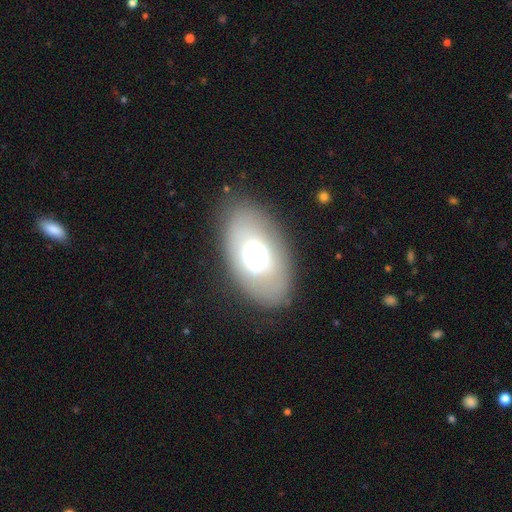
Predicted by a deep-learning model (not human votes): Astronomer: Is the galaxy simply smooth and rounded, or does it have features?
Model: smooth — 59%.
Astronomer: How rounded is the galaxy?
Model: in between — 88%.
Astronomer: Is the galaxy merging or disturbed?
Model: none — 77%.